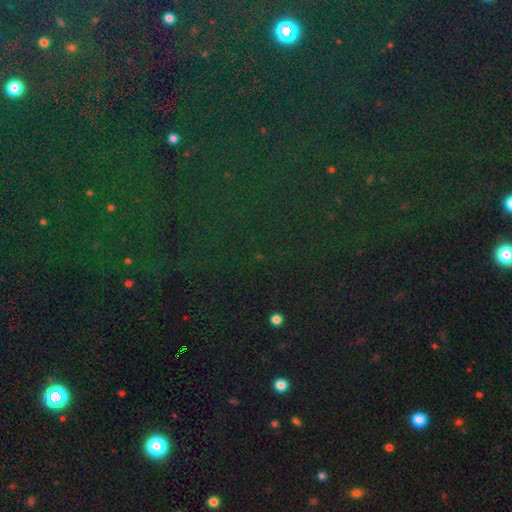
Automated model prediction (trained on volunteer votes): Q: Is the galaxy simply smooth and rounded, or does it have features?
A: star or artifact — 82%.